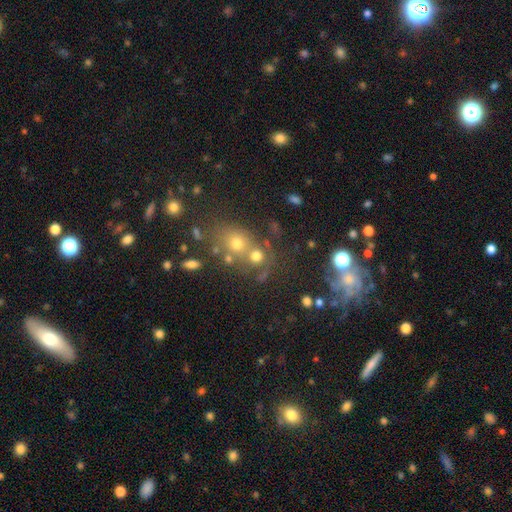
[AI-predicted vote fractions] Q: Smooth or featured?
A: smooth (47%); runner-up: star or artifact (39%)
Q: Merging?
A: none (57%); runner-up: merger (27%)